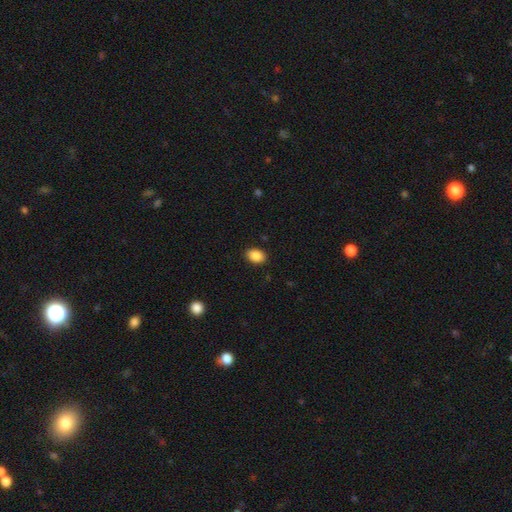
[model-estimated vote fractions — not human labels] Smooth or featured?
  - smooth: 88% *
  - star or artifact: 8%
  - featured or disk: 4%
How rounded?
  - in between: 79% *
  - round: 20%
  - cigar-shaped: 1%
Merging?
  - none: 89% *
  - minor disturbance: 8%
  - major disturbance: 2%
  - merger: 1%